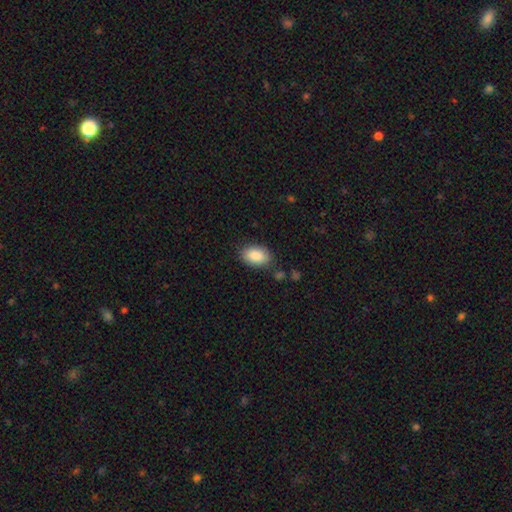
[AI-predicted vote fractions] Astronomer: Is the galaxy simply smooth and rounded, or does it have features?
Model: smooth — 89%.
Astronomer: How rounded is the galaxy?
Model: in between — 91%.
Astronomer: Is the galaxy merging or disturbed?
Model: none — 81%.